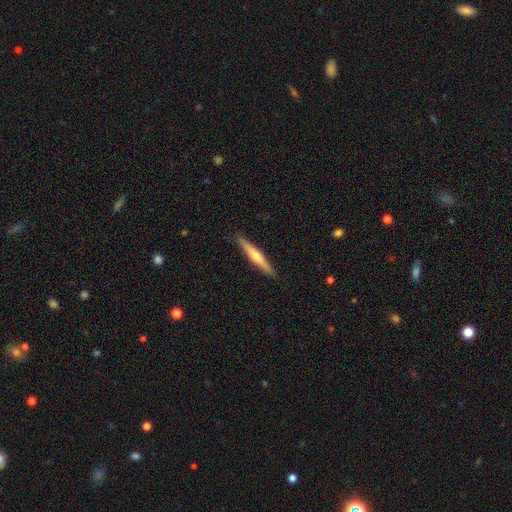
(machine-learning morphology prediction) smooth-or-featured: featured or disk: 58% | smooth: 37% | star or artifact: 5%
  disk-edge-on: yes: 97% | no: 3%
    edge-on-bulge: rounded: 85% | none: 11% | boxy: 4%
  merging: none: 90% | minor disturbance: 7% | major disturbance: 1% | merger: 1%